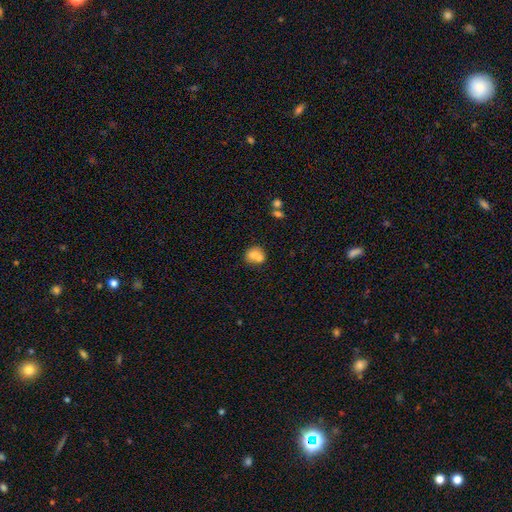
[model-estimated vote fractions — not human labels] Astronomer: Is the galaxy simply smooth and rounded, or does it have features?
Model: smooth — 72%.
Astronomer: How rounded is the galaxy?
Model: round — 61% (runner-up: in between, 38%).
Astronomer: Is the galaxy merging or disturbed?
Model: merger — 53% (runner-up: none, 33%).